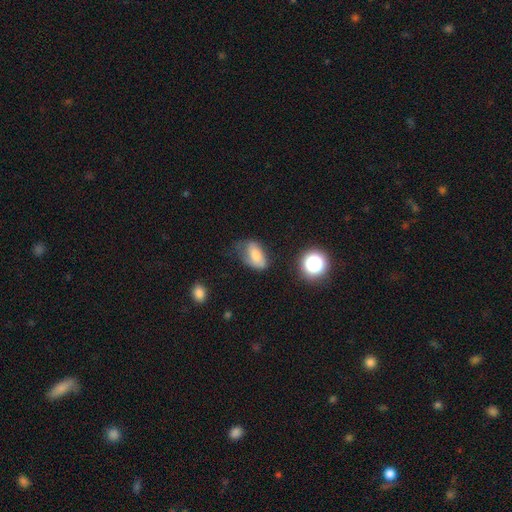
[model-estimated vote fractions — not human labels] smooth 70%, featured or disk 19%, star or artifact 11%. Down the decision tree: how rounded — in between (88%); merging — none (44%).